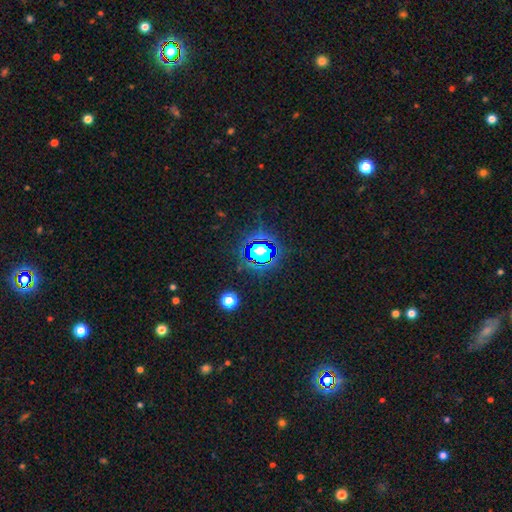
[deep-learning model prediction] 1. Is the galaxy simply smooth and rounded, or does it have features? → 73% star or artifact, 18% smooth, 9% featured or disk.